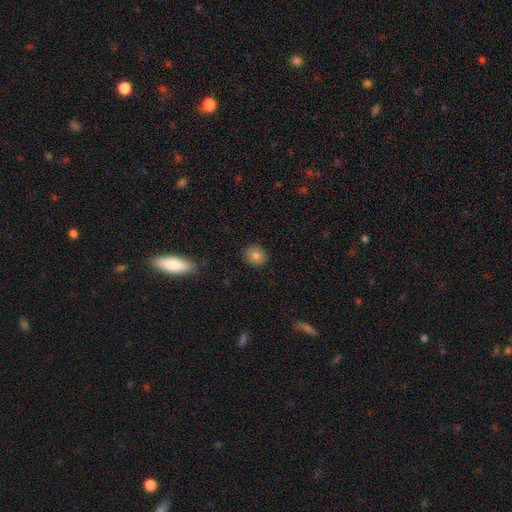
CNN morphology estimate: smooth 82%, star or artifact 10%, featured or disk 7%. Down the decision tree: how rounded — round (81%); merging — none (88%).